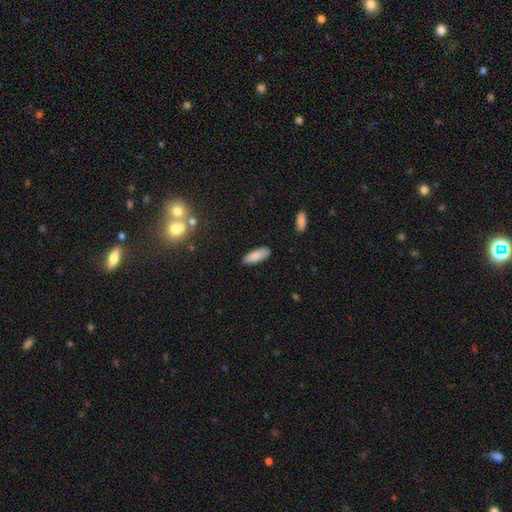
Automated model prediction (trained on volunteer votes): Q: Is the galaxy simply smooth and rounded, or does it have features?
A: smooth — 84%.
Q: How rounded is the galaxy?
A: in between — 69%.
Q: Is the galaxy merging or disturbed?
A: none — 85%.